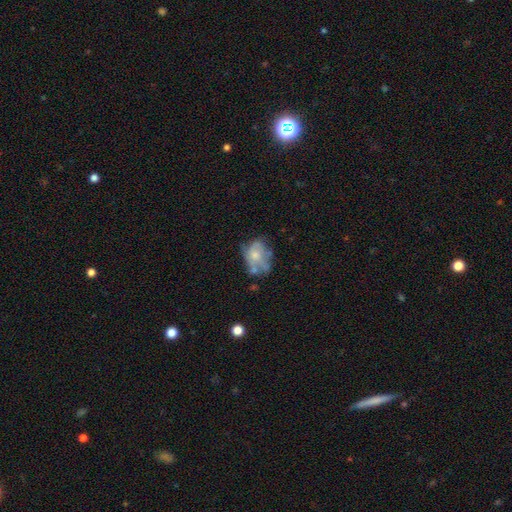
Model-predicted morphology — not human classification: Smooth or featured?
  - featured or disk: 46% *
  - smooth: 45%
  - star or artifact: 9%
Merging?
  - none: 37% *
  - minor disturbance: 29%
  - major disturbance: 22%
  - merger: 12%